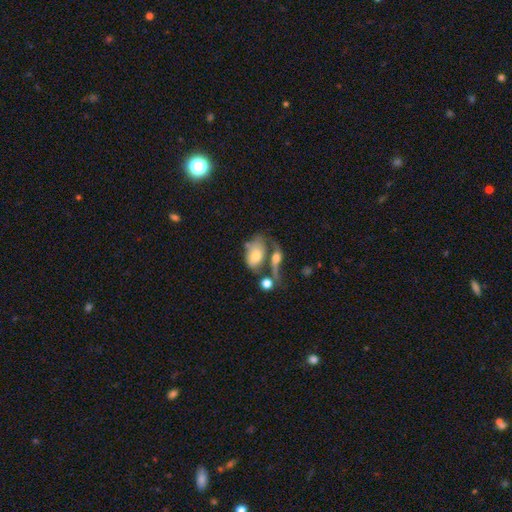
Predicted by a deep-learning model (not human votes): Q: Smooth or featured?
A: smooth (64%); runner-up: featured or disk (28%)
Q: How rounded?
A: in between (88%); runner-up: round (10%)
Q: Merging?
A: merger (41%); runner-up: none (25%)